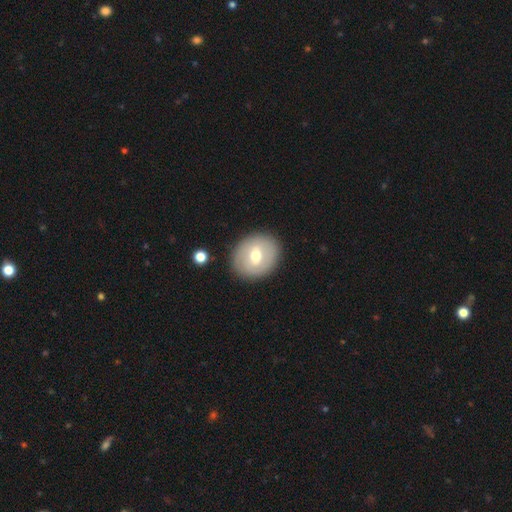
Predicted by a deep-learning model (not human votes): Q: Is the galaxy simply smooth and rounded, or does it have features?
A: smooth — 55%.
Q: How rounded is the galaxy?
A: round — 65%.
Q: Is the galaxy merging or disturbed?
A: none — 86%.